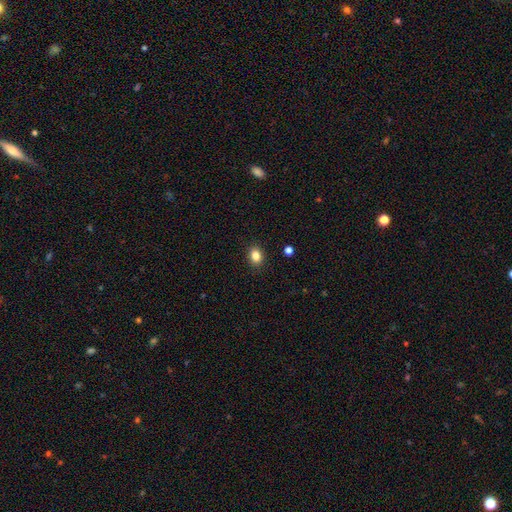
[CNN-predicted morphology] This is clearly a smooth galaxy (84%). How rounded: possibly in between (51%). Merging: clearly none (90%).